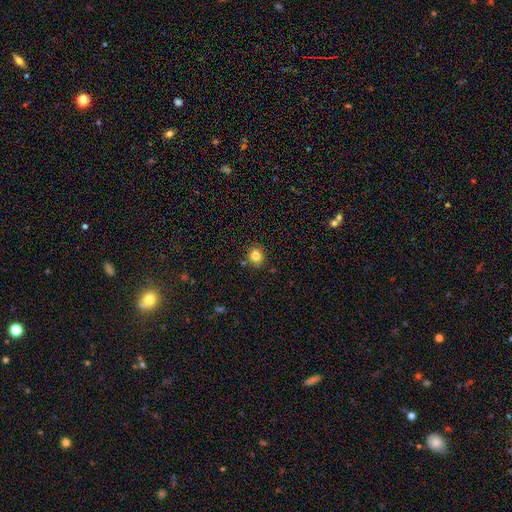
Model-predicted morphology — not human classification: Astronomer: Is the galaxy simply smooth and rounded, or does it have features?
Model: smooth — 82%.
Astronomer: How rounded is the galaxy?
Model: round — 79%.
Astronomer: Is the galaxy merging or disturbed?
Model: none — 83%.